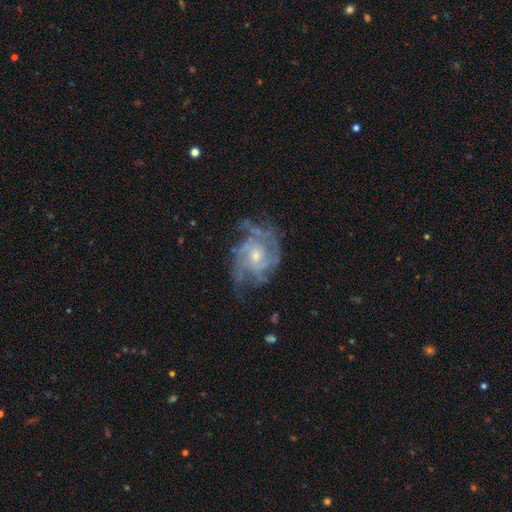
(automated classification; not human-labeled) Smooth or featured? featured or disk (84%)
Edge-on disk? no (97%)
Bar? no (69%)
Spiral arms? yes (91%)
Spiral winding? tight (46%)
Spiral arm count? can't tell (32%)
Bulge size? small (50%)
Merging? none (58%)